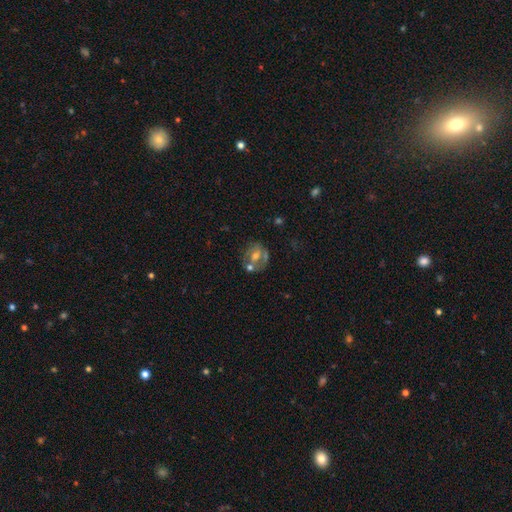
Smooth or featured? featured or disk (74%)
Edge-on disk? no (93%)
Bar? no (54%)
Spiral arms? no (65%)
Bulge size? moderate (58%)
Merging? none (49%)